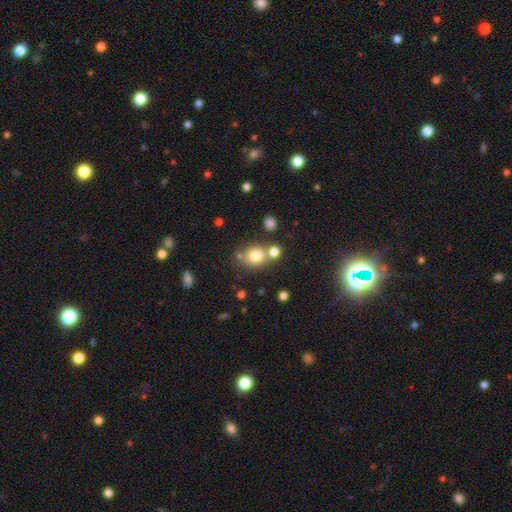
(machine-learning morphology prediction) smooth 76%, star or artifact 13%, featured or disk 11%. Down the decision tree: how rounded — round (73%); merging — none (63%).